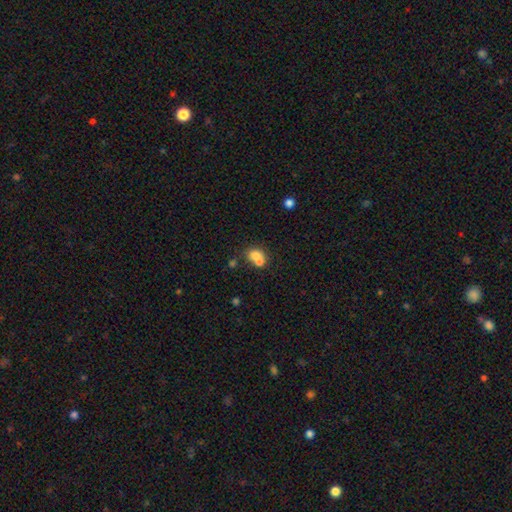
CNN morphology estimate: Q: Smooth or featured?
A: smooth (71%); runner-up: featured or disk (18%)
Q: How rounded?
A: round (59%); runner-up: in between (40%)
Q: Merging?
A: merger (60%); runner-up: none (29%)